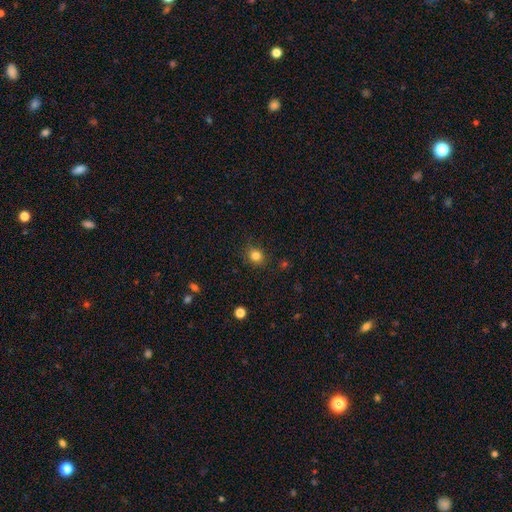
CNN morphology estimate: smooth-or-featured: smooth: 82% | star or artifact: 12% | featured or disk: 5%
  how-rounded: round: 74% | in between: 25% | cigar-shaped: 1%
  merging: none: 85% | minor disturbance: 11% | major disturbance: 3% | merger: 1%